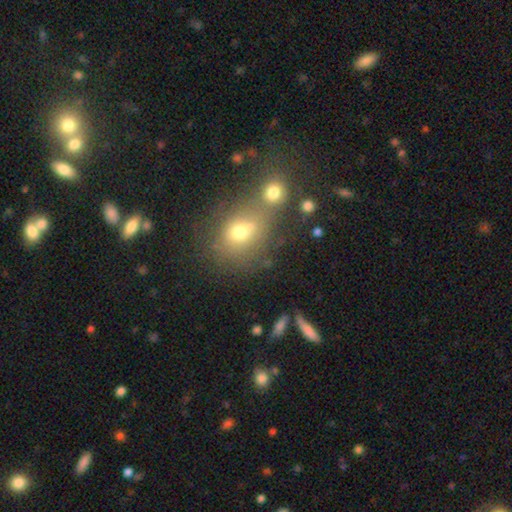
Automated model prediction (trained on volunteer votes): This appears to be a smooth galaxy with no disk features (60%) that is round (55%). Merging: none (49%).